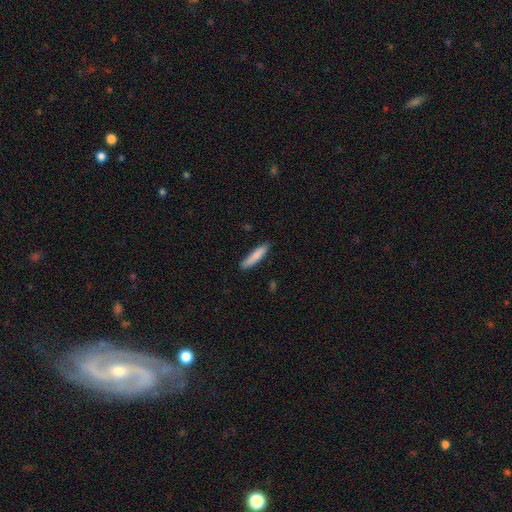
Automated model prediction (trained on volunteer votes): Q: Smooth or featured?
A: smooth (84%); runner-up: featured or disk (10%)
Q: How rounded?
A: cigar-shaped (84%); runner-up: in between (14%)
Q: Merging?
A: none (82%); runner-up: minor disturbance (15%)